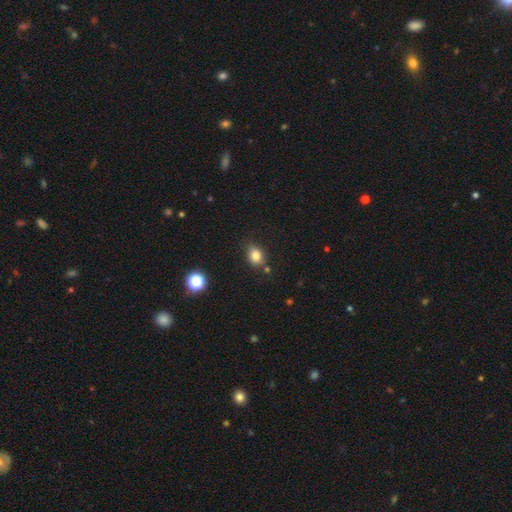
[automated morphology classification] A smooth galaxy with no disk features (80%) that is in between round and cigar-shaped (59%). Merging: none (74%).